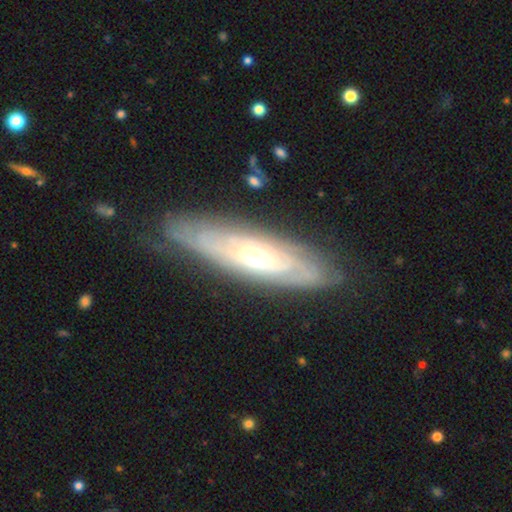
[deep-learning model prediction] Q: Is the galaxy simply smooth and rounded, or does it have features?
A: featured or disk — 76%.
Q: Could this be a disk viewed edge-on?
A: no — 67%.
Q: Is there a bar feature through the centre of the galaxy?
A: no — 67%.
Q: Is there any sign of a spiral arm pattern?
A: yes — 79%.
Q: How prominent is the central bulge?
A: moderate — 64%.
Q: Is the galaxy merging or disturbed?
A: none — 76%.